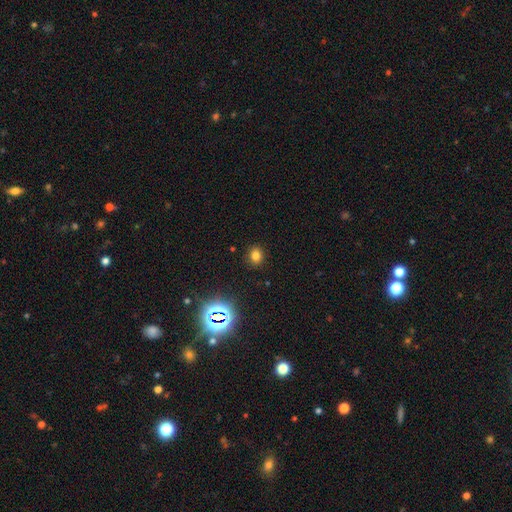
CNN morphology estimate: The model was most divided on "how rounded": round: 70%, in between: 29%, cigar-shaped: 1%. More confident: merging — none (89%); smooth or featured — smooth (75%).